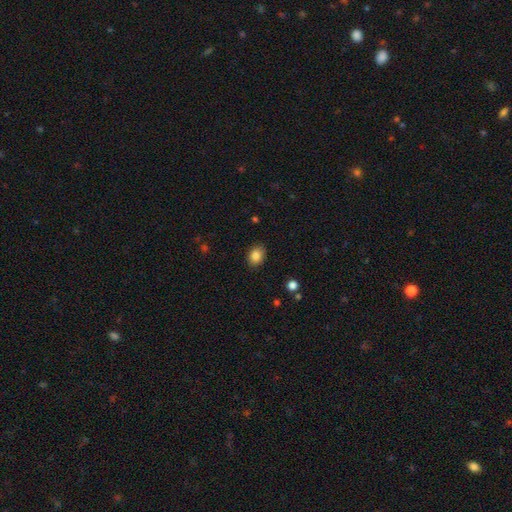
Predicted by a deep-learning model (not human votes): Smooth or featured? smooth (86%)
How rounded? in between (59%)
Merging? none (87%)